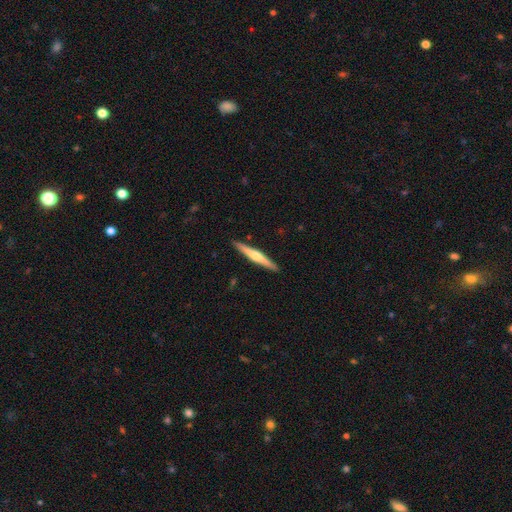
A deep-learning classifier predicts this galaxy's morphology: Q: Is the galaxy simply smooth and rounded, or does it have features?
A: featured or disk — 58%.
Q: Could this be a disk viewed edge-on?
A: yes — 97%.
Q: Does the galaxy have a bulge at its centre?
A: rounded — 79%.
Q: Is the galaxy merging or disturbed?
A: none — 91%.